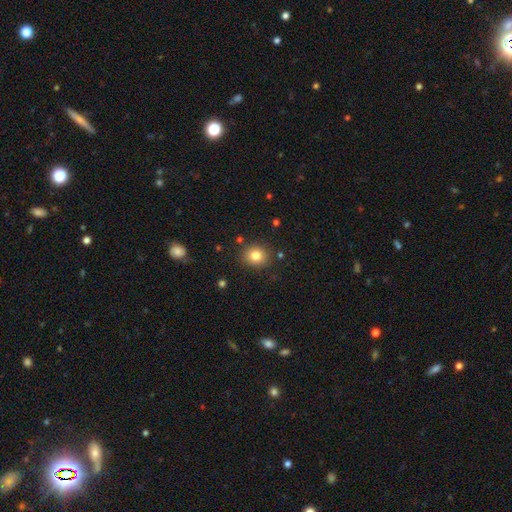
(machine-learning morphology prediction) This is clearly a smooth galaxy (81%). How rounded: likely round (79%). Merging: clearly none (87%).